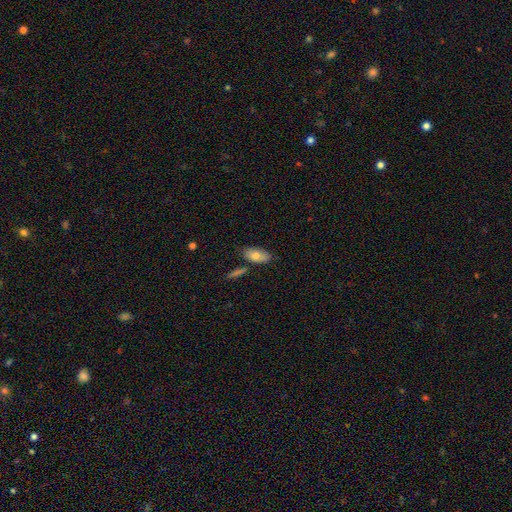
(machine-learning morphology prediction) Smooth or featured?
  - smooth: 74% *
  - featured or disk: 19%
  - star or artifact: 7%
How rounded?
  - in between: 90% *
  - cigar-shaped: 7%
  - round: 4%
Merging?
  - none: 73% *
  - minor disturbance: 16%
  - merger: 7%
  - major disturbance: 3%